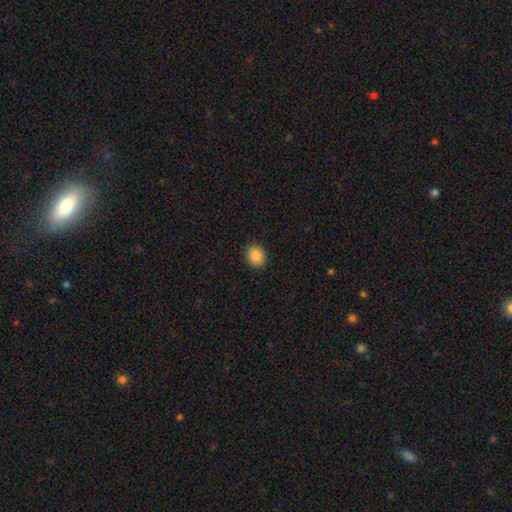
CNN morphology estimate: Smooth or featured? Predicted: smooth (p=0.87). How rounded? Predicted: round (p=0.60). Merging? Predicted: none (p=0.90).